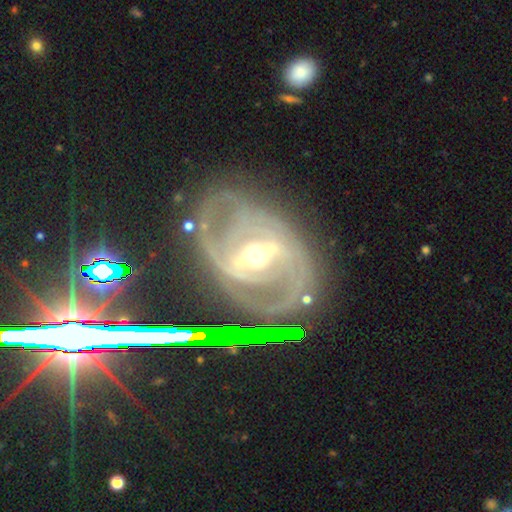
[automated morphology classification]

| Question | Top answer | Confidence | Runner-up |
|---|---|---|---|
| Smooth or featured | featured or disk | 87% | smooth (8%) |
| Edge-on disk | no | 95% | yes (5%) |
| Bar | strong | 55% | weak (31%) |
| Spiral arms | yes | 86% | no (14%) |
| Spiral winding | tight | 50% | medium (37%) |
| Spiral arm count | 2 | 66% | can't tell (15%) |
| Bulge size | moderate | 72% | small (19%) |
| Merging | none | 71% | minor disturbance (16%) |